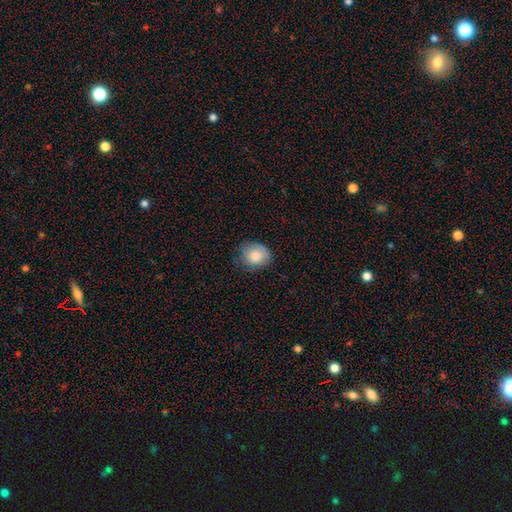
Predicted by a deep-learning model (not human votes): Smooth or featured: smooth — 82% (featured or disk — 10%)
How rounded: round — 69% (in between — 30%)
Merging: none — 71% (minor disturbance — 22%)